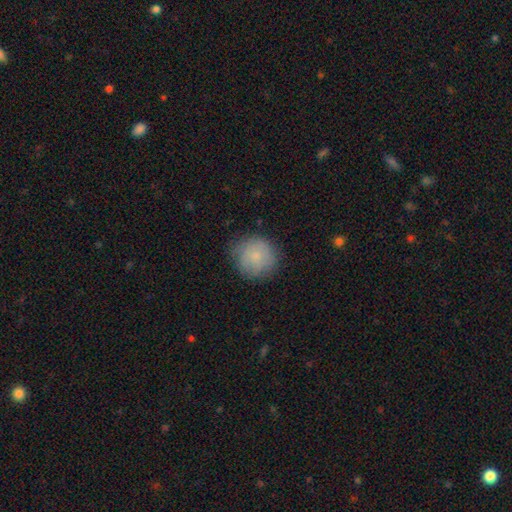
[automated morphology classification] The model was most divided on "merging": none: 76%, minor disturbance: 18%, major disturbance: 5%, merger: 1%. More confident: how rounded — round (92%); smooth or featured — smooth (77%).